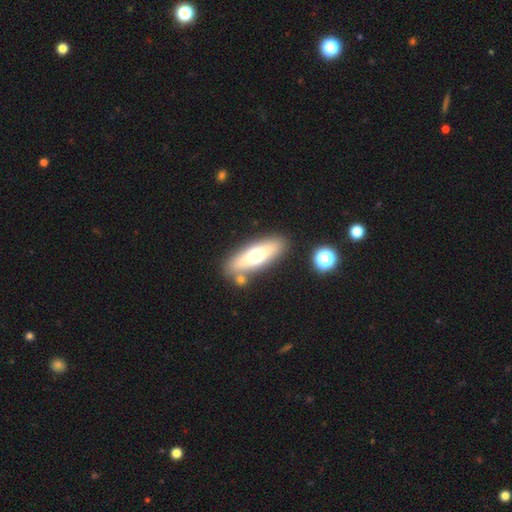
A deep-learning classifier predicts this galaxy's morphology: A smooth galaxy with no disk features (55%) that is in between round and cigar-shaped (49%).

Vote fractions:
- Smooth or featured? smooth: 55% / featured or disk: 37% / star or artifact: 7%
- How rounded? in between: 49% / cigar-shaped: 48% / round: 3%
- Merging? none: 81% / minor disturbance: 9% / merger: 7% / major disturbance: 3%